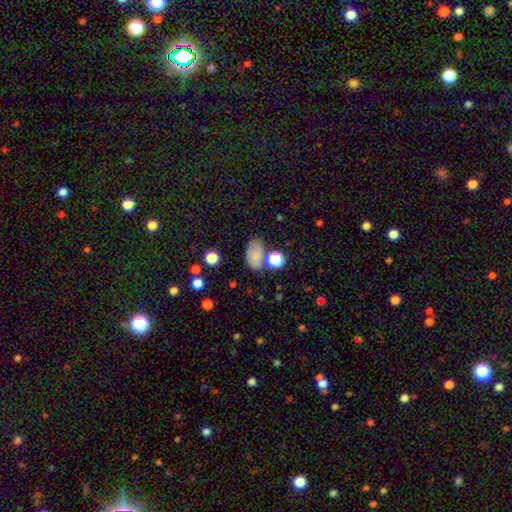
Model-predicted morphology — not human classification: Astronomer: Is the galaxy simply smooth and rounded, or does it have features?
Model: smooth — 78%.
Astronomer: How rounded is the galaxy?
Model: in between — 88%.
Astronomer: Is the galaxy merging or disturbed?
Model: none — 60%.